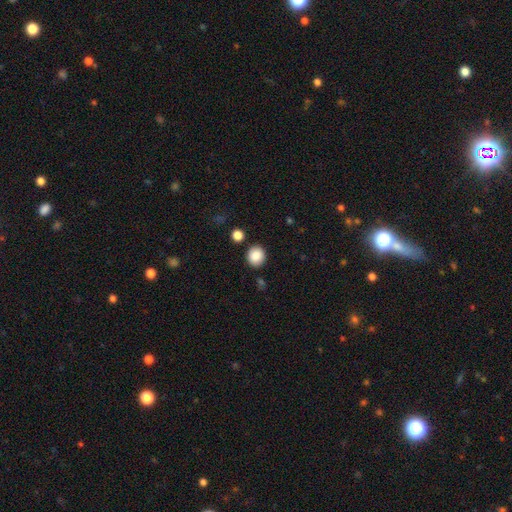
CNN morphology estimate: Smooth or featured? Predicted: smooth (p=0.87). How rounded? Predicted: round (p=0.80). Merging? Predicted: none (p=0.86).